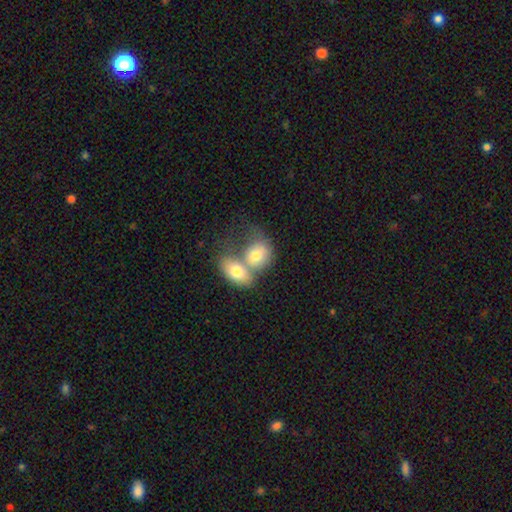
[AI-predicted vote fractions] This appears to be a smooth galaxy with no disk features (71%) that is in between round and cigar-shaped (66%). Merging: merger (70%).